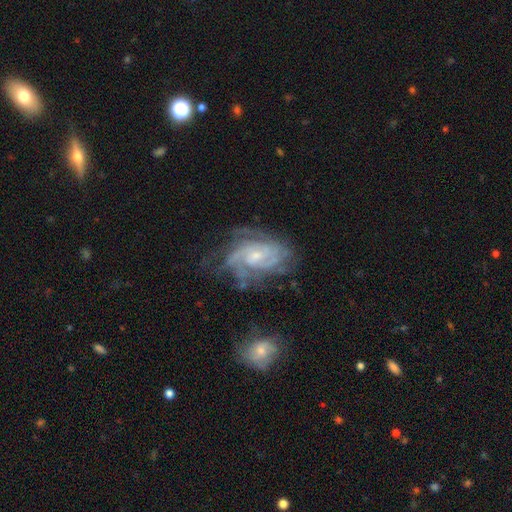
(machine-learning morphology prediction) Smooth or featured?
  - featured or disk: 87% *
  - smooth: 7%
  - star or artifact: 6%
Edge-on disk?
  - no: 97% *
  - yes: 3%
Bar?
  - no: 55% *
  - weak: 37%
  - strong: 8%
Spiral arms?
  - yes: 96% *
  - no: 4%
Spiral winding?
  - tight: 61% *
  - medium: 31%
  - loose: 7%
Spiral arm count?
  - can't tell: 29% *
  - 3: 23%
  - 2: 23%
  - 4: 14%
  - more than 4: 6%
  - 1: 6%
Bulge size?
  - small: 62% *
  - moderate: 32%
  - none: 4%
  - large: 2%
  - dominant: 1%
Merging?
  - none: 60% *
  - minor disturbance: 22%
  - major disturbance: 13%
  - merger: 4%